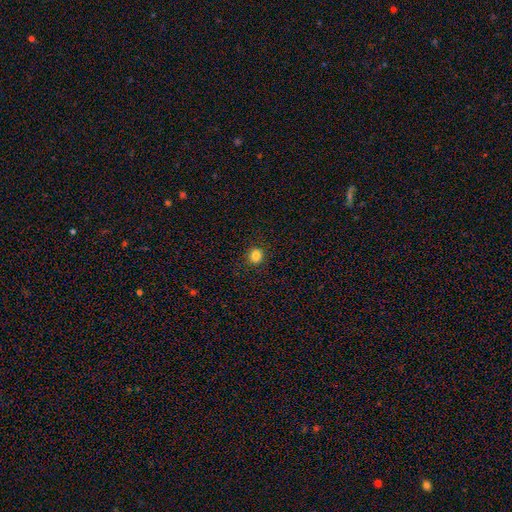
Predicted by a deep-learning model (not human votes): Q: Smooth or featured?
A: smooth (84%); runner-up: star or artifact (12%)
Q: How rounded?
A: round (82%); runner-up: in between (17%)
Q: Merging?
A: none (89%); runner-up: minor disturbance (7%)